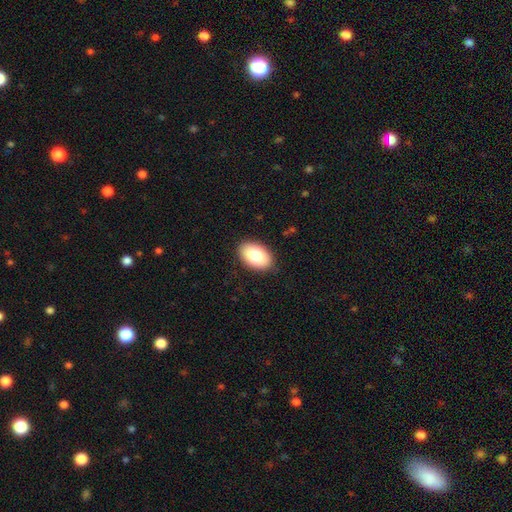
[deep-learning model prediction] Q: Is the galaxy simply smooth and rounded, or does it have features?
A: smooth — 83%.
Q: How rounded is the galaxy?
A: in between — 92%.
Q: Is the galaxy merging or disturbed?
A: none — 88%.